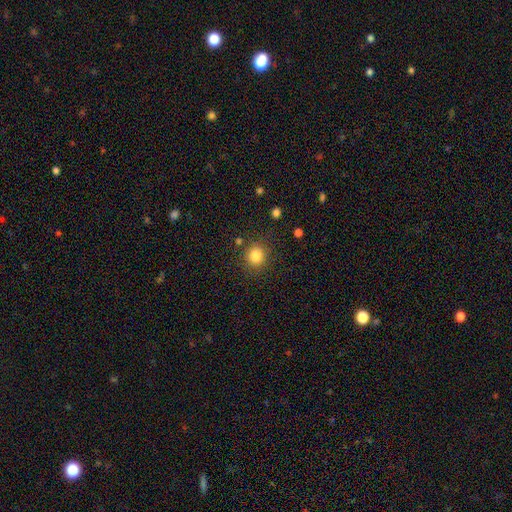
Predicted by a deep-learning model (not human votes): A smooth galaxy with no disk features (83%) that is round (87%).

Vote fractions:
- Smooth or featured? smooth: 83% / star or artifact: 11% / featured or disk: 5%
- How rounded? round: 87% / in between: 12% / cigar-shaped: 1%
- Merging? none: 85% / minor disturbance: 9% / major disturbance: 3% / merger: 3%